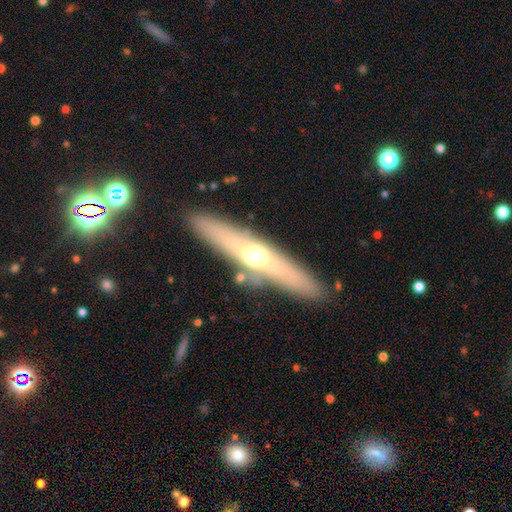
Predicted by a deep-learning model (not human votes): Q: Smooth or featured?
A: featured or disk (53%); runner-up: smooth (41%)
Q: Edge-on disk?
A: yes (85%); runner-up: no (15%)
Q: Merging?
A: none (84%); runner-up: minor disturbance (10%)